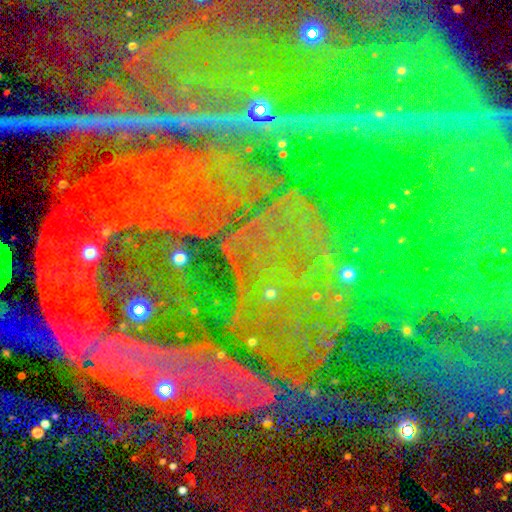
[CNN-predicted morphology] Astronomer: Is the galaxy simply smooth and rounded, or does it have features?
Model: star or artifact — 88%.